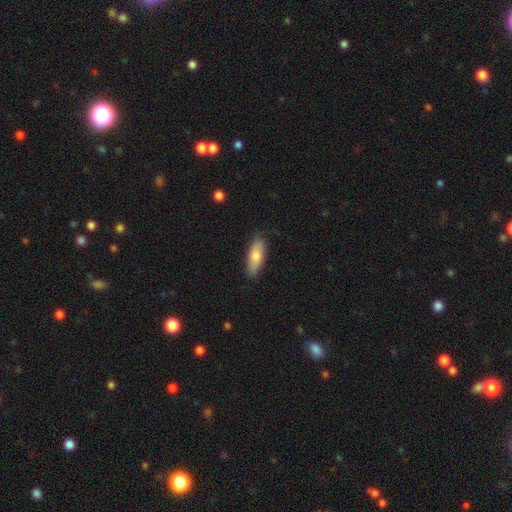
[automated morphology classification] The model was most divided on "how rounded": in between: 65%, cigar-shaped: 33%, round: 2%. More confident: merging — none (83%); smooth or featured — smooth (80%).